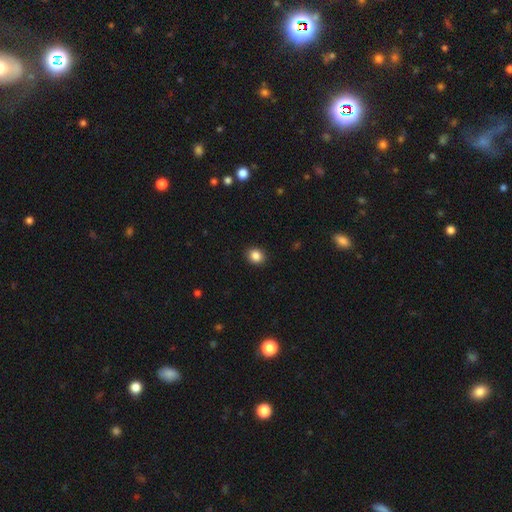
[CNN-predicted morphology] smooth-or-featured: smooth: 86% | star or artifact: 10% | featured or disk: 4%
  how-rounded: round: 72% | in between: 27% | cigar-shaped: 1%
  merging: none: 91% | minor disturbance: 6% | major disturbance: 2% | merger: 1%